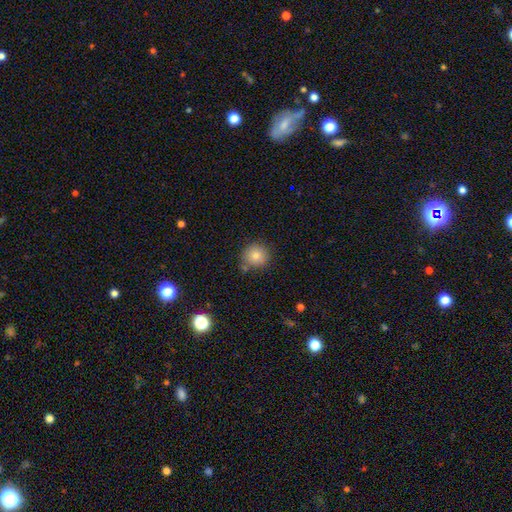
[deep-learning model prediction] This appears to be a smooth galaxy with no disk features (82%) that is round (90%). Merging: none (76%).